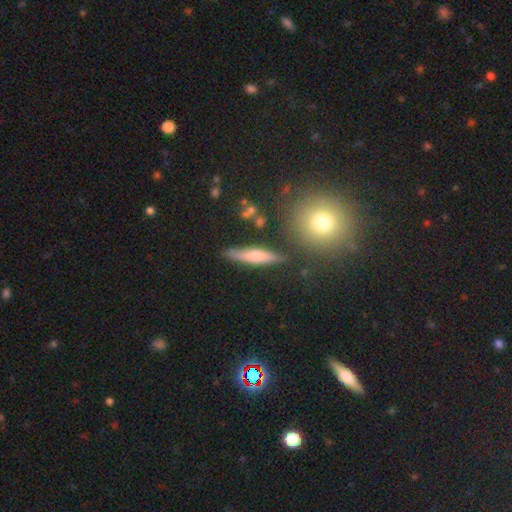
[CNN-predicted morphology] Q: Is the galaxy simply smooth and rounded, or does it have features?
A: featured or disk — 47%.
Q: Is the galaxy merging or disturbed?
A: none — 82%.